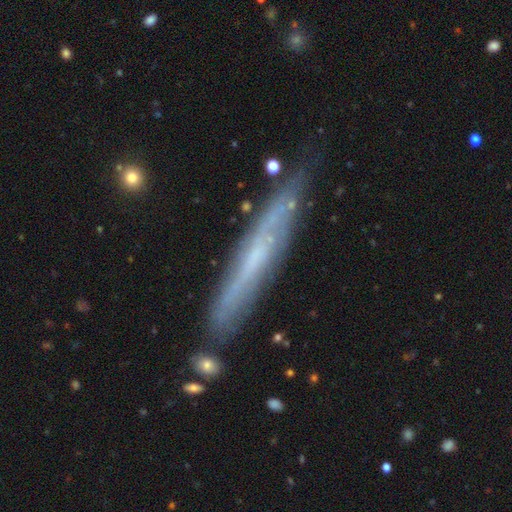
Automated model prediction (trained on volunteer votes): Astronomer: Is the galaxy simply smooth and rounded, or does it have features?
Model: featured or disk — 63%.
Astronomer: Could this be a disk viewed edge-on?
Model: yes — 82%.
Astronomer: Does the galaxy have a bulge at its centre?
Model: none — 74%.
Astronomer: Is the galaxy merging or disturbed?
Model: none — 79%.